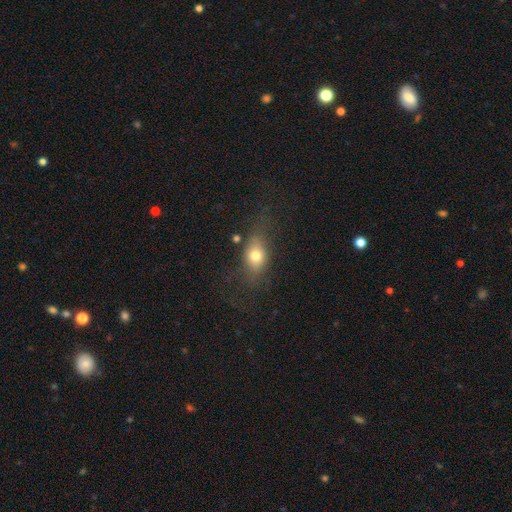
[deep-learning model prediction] Smooth or featured? Predicted: smooth (p=0.71). How rounded? Predicted: in between (p=0.65). Merging? Predicted: none (p=0.59).